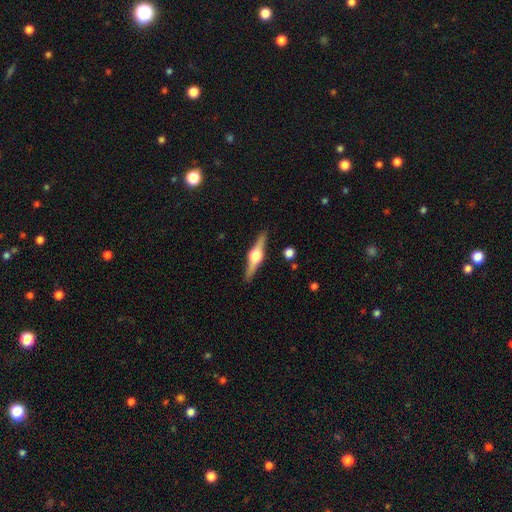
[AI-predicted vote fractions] Morphology: type=featured or disk (80%); edge-on=yes (98%); edge-on bulge=rounded (95%); merging=none (90%).